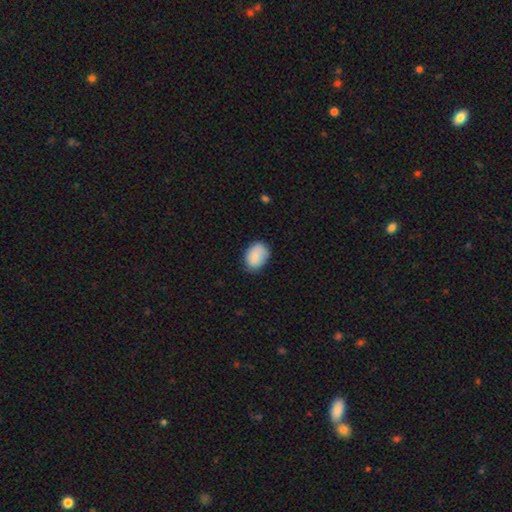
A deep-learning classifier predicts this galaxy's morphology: smooth-or-featured: smooth: 87% | star or artifact: 7% | featured or disk: 6%
  how-rounded: in between: 78% | round: 21% | cigar-shaped: 1%
  merging: none: 73% | minor disturbance: 22% | major disturbance: 4% | merger: 1%